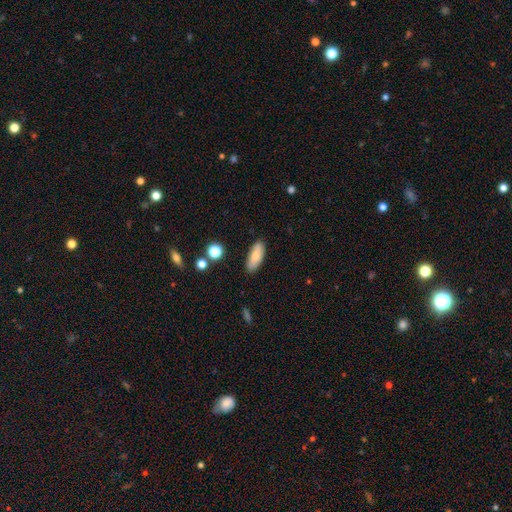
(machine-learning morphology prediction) Q: Smooth or featured?
A: smooth (82%); runner-up: featured or disk (12%)
Q: How rounded?
A: in between (73%); runner-up: cigar-shaped (24%)
Q: Merging?
A: none (86%); runner-up: minor disturbance (10%)